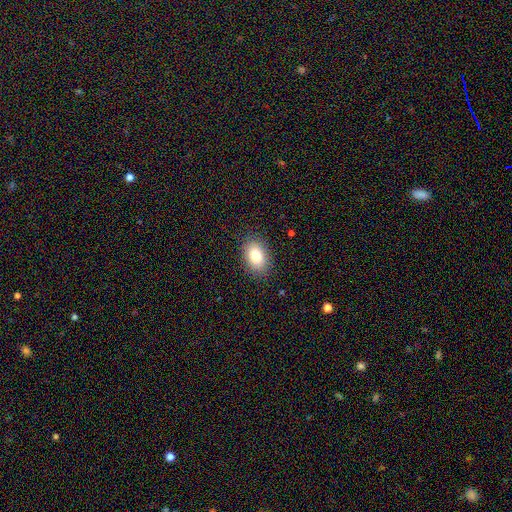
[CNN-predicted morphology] The model was most divided on "smooth or featured": smooth: 81%, featured or disk: 10%, star or artifact: 8%. More confident: merging — none (87%); how rounded — in between (87%).